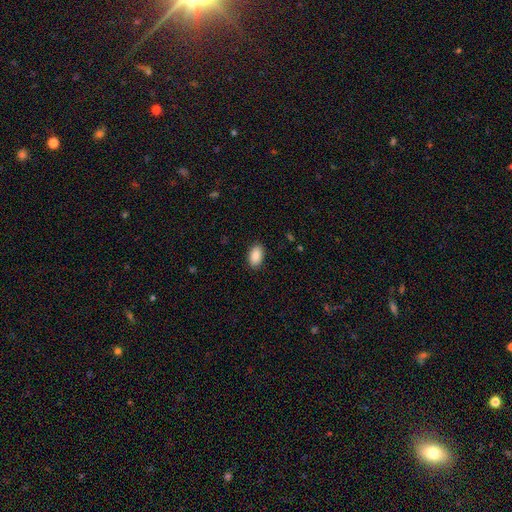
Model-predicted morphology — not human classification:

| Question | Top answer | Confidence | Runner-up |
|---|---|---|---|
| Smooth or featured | smooth | 88% | star or artifact (7%) |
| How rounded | in between | 94% | round (5%) |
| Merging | none | 89% | minor disturbance (8%) |